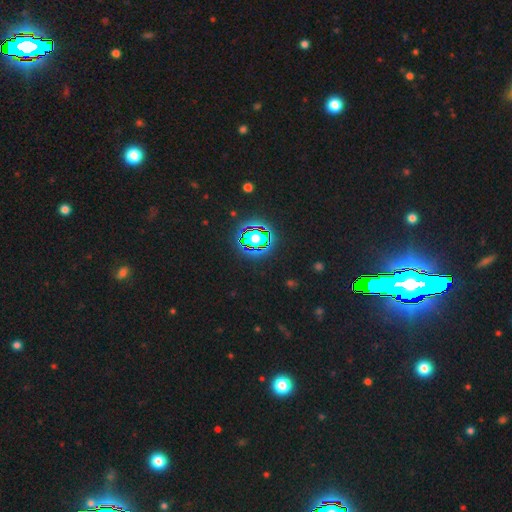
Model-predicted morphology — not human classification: The model was most divided on "smooth or featured": star or artifact: 83%, smooth: 9%, featured or disk: 8%.